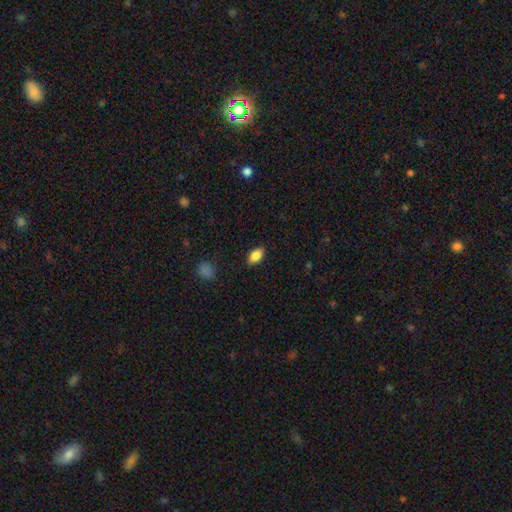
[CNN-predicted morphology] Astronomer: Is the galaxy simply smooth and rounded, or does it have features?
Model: smooth — 84%.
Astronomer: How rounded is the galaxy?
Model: in between — 90%.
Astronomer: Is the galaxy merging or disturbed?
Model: none — 86%.